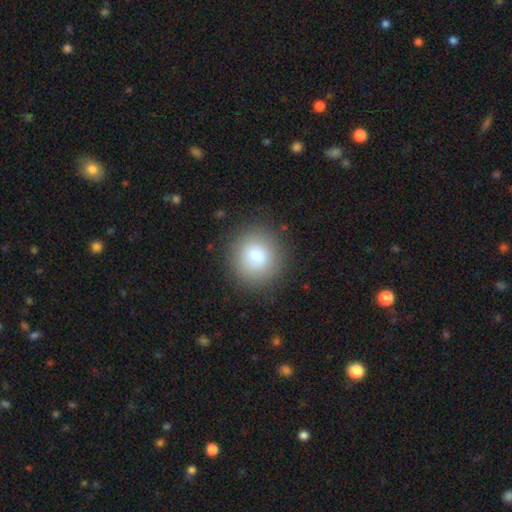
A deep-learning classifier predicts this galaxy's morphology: Overall: smooth (77%). How rounded: round (92%). Merging: none (89%).